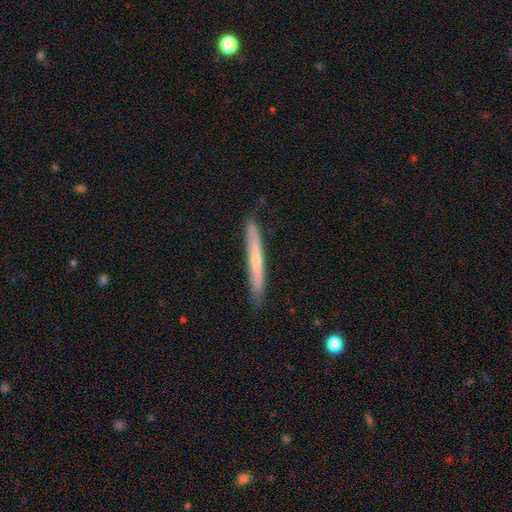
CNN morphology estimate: type=smooth (47%, tied with featured or disk); merging=none (87%).